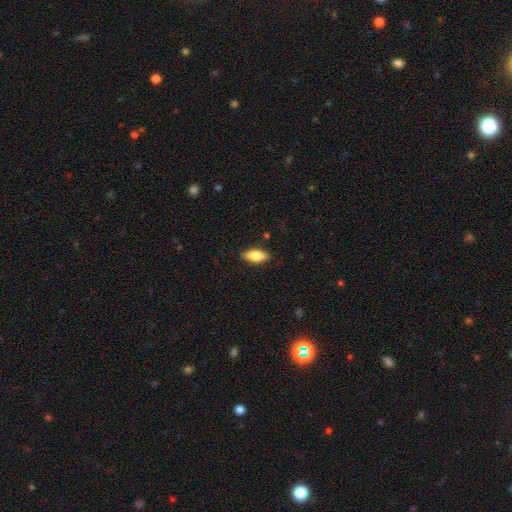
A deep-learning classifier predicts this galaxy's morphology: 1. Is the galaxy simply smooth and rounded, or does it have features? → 76% smooth, 18% featured or disk, 7% star or artifact.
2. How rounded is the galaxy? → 82% in between, 15% cigar-shaped, 3% round.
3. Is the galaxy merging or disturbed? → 87% none, 10% minor disturbance, 2% major disturbance, 1% merger.